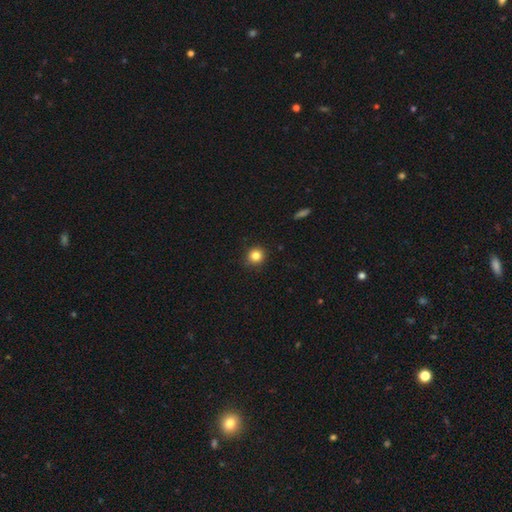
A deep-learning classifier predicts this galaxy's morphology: smooth 83%, star or artifact 12%, featured or disk 5%. Down the decision tree: how rounded — round (93%); merging — none (91%).